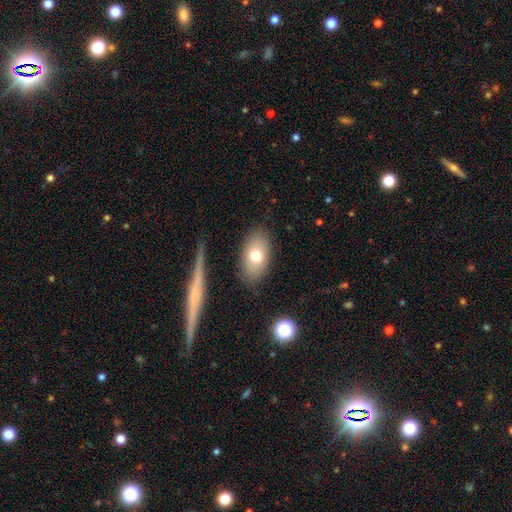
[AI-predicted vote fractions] Smooth or featured? smooth (72%)
How rounded? in between (89%)
Merging? none (82%)